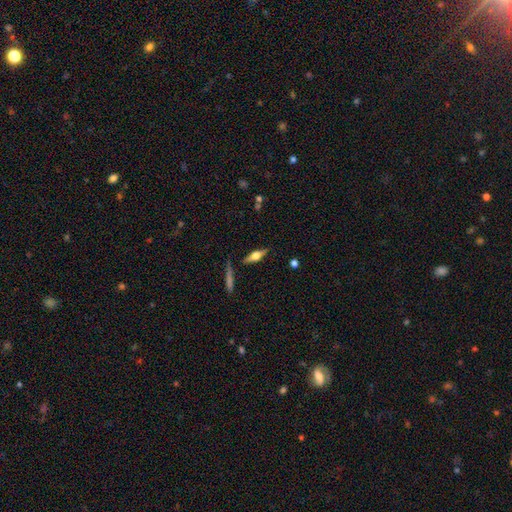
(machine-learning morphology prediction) Smooth or featured? Predicted: featured or disk (p=0.61). Edge-on disk? Predicted: yes (p=0.94). Edge-on bulge? Predicted: rounded (p=0.91). Merging? Predicted: none (p=0.81).